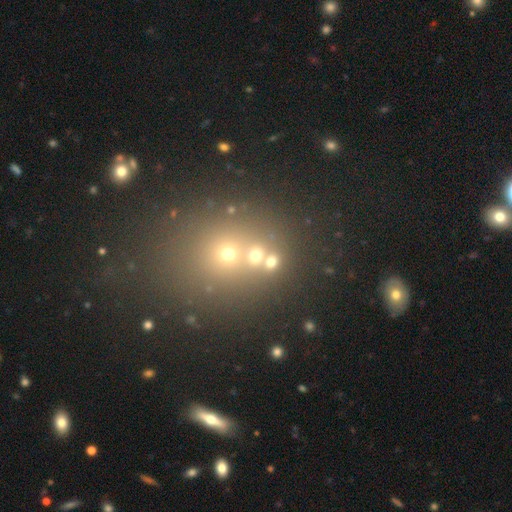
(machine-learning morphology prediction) Smooth or featured? Predicted: smooth (p=0.62). How rounded? Predicted: round (p=0.81). Merging? Predicted: none (p=0.50).